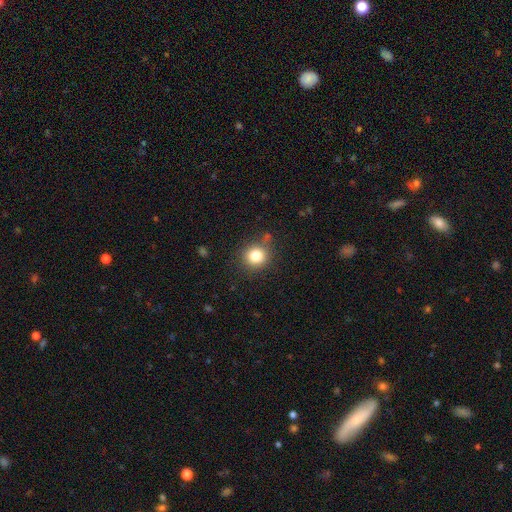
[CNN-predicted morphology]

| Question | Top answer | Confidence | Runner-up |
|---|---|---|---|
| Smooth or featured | smooth | 81% | star or artifact (12%) |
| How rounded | round | 90% | in between (10%) |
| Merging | none | 81% | minor disturbance (13%) |